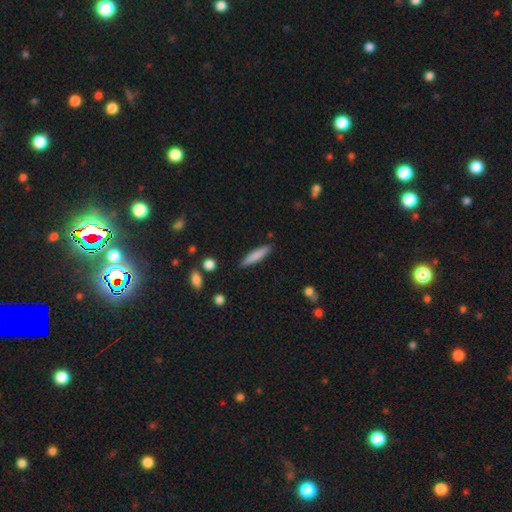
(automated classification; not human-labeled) The model was most divided on "smooth or featured": smooth: 78%, featured or disk: 16%, star or artifact: 6%. More confident: merging — none (88%); how rounded — cigar-shaped (87%).